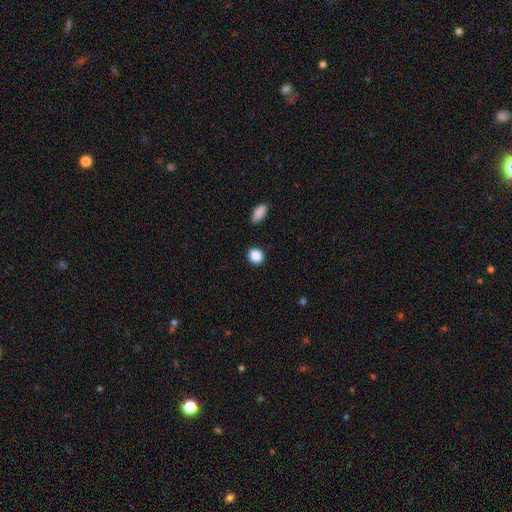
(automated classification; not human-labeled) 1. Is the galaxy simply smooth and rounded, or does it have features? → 88% smooth, 9% star or artifact, 3% featured or disk.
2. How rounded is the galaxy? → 67% round, 31% in between, 1% cigar-shaped.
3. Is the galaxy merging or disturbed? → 89% none, 7% minor disturbance, 2% major disturbance, 2% merger.